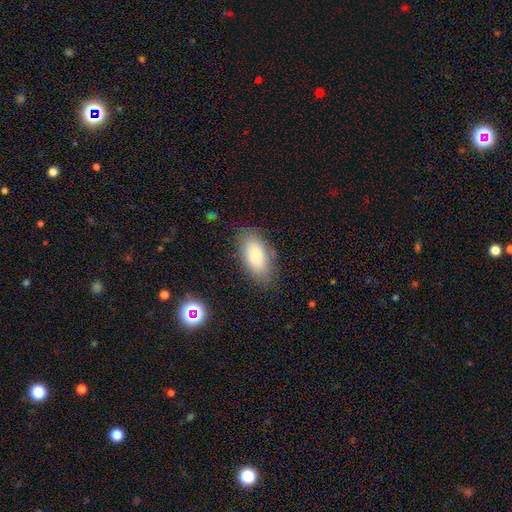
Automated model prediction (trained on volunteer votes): This is clearly a smooth galaxy (83%). How rounded: clearly in between (92%). Merging: likely none (79%).